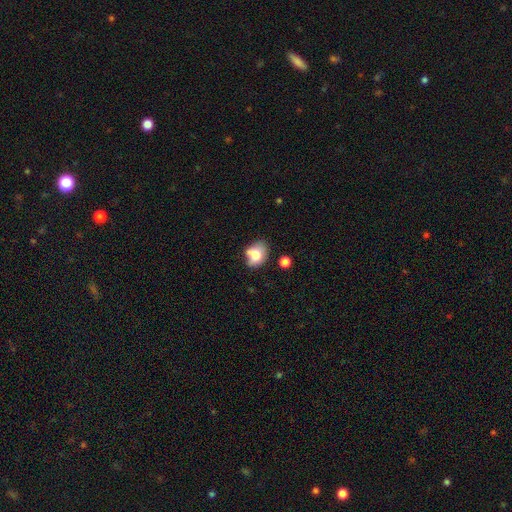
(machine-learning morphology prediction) A smooth galaxy with no disk features (73%) that is in between round and cigar-shaped (57%). Merging: none (45%).